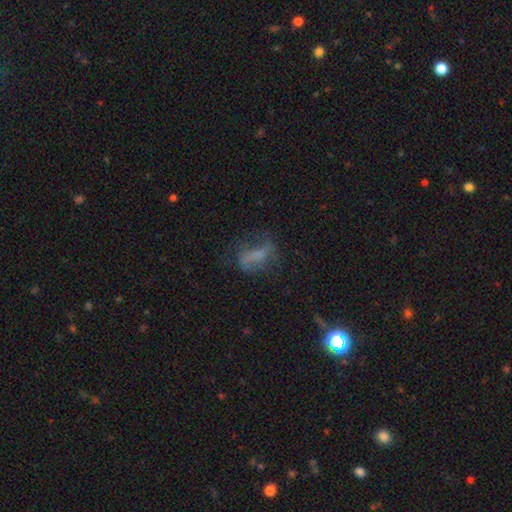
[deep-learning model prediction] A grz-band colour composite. It shows a smooth galaxy with no disk features (43%). Merging: none (45%).